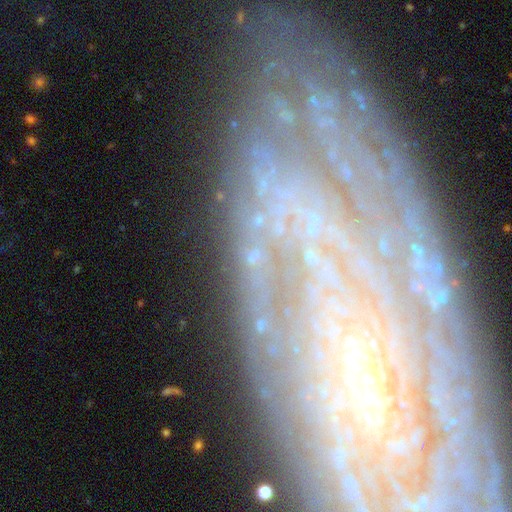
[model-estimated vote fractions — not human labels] This is possibly a featured or disk galaxy (55%). It is clearly not viewed edge-on (81%). Merging: likely none (72%).